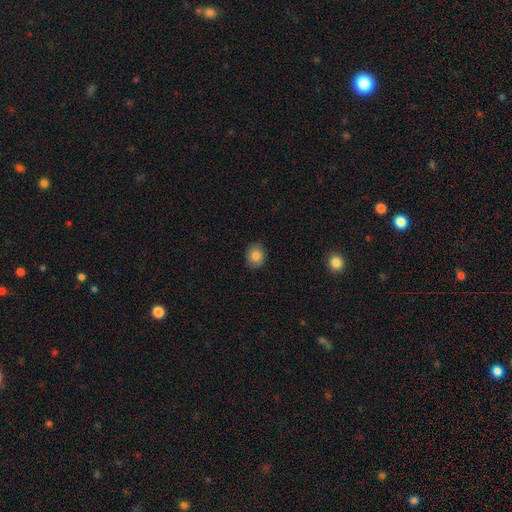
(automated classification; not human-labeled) smooth 84%, star or artifact 10%, featured or disk 7%. Down the decision tree: how rounded — round (63%); merging — none (87%).